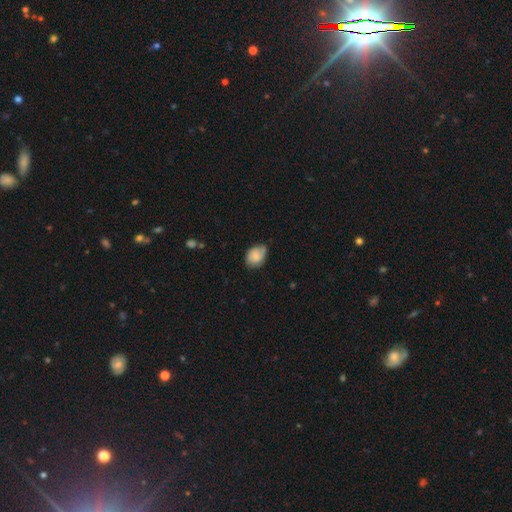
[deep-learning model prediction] This appears to be a smooth galaxy with no disk features (70%) that is in between round and cigar-shaped (61%). Merging: none (53%).